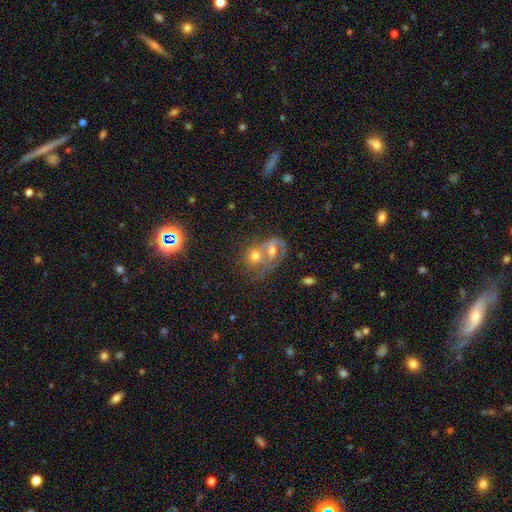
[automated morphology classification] type=smooth (38%); merging=merger (58%).